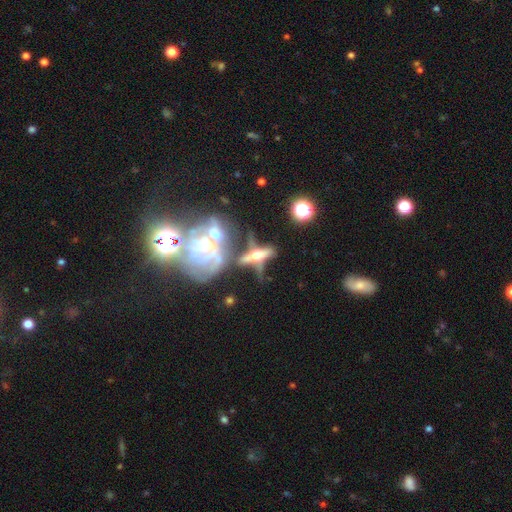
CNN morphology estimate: Q: Smooth or featured?
A: featured or disk (72%); runner-up: smooth (18%)
Q: Edge-on disk?
A: yes (77%); runner-up: no (23%)
Q: Edge-on bulge?
A: rounded (93%); runner-up: boxy (4%)
Q: Merging?
A: none (39%); runner-up: merger (29%)